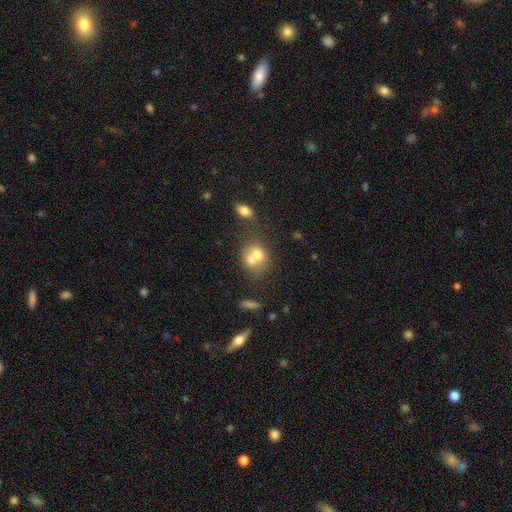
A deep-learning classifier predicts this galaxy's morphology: This appears to be a smooth galaxy with no disk features (65%) that is round (61%). Merging: merger (63%).